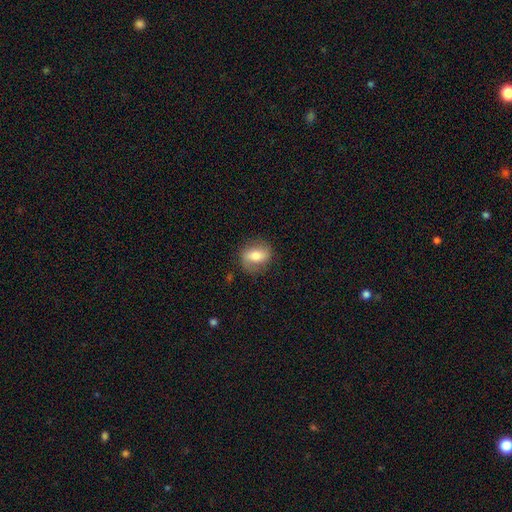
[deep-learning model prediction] A smooth galaxy with no disk features (55%) that is in between round and cigar-shaped (59%). Merging: none (77%).